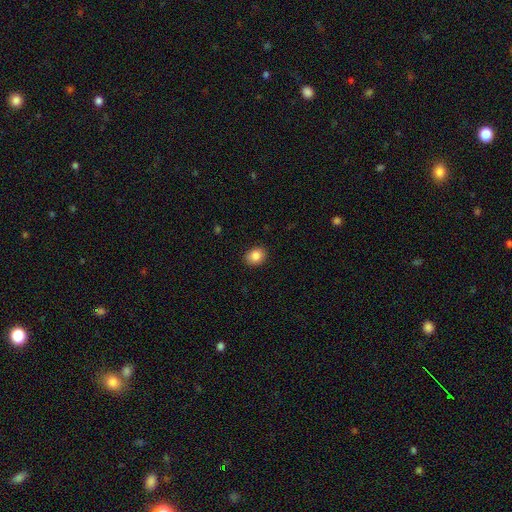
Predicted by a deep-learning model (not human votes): smooth_or_featured: smooth (p=0.86) [alt: star or artifact p=0.09]
how_rounded: round (p=0.53) [alt: in between p=0.46]
merging: none (p=0.88) [alt: minor disturbance p=0.09]